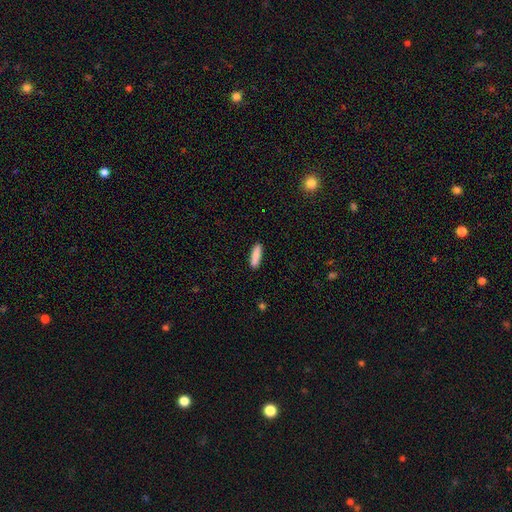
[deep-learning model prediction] This appears to be a smooth galaxy with no disk features (88%) that is cigar-shaped (65%). Merging: none (89%).